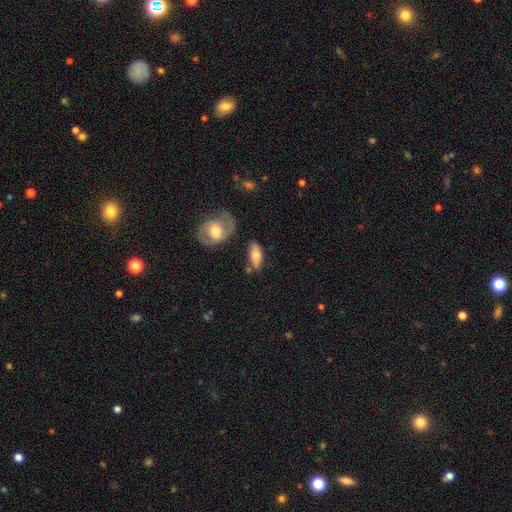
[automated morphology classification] Smooth or featured? Predicted: smooth (p=0.71). How rounded? Predicted: in between (p=0.81). Merging? Predicted: none (p=0.64).